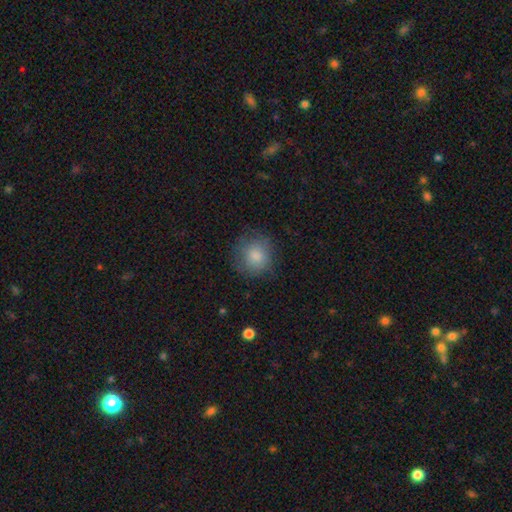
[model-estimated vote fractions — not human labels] Overall: smooth (84%). How rounded: round (89%). Merging: none (78%).